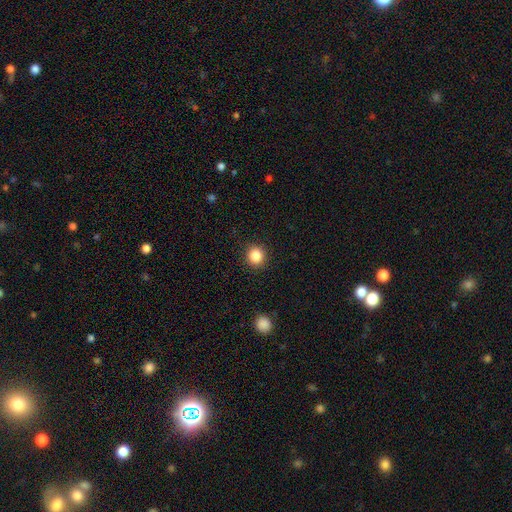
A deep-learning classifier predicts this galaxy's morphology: smooth 86%, star or artifact 10%, featured or disk 4%. Down the decision tree: how rounded — round (90%); merging — none (90%).